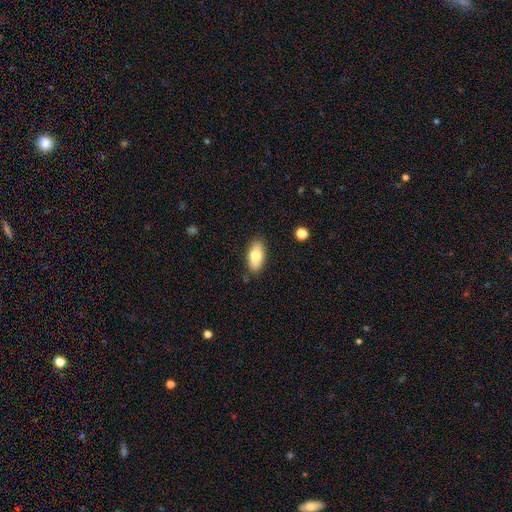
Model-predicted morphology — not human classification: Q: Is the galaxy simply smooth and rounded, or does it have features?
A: smooth — 74%.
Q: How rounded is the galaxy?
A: in between — 90%.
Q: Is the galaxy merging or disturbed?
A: none — 85%.